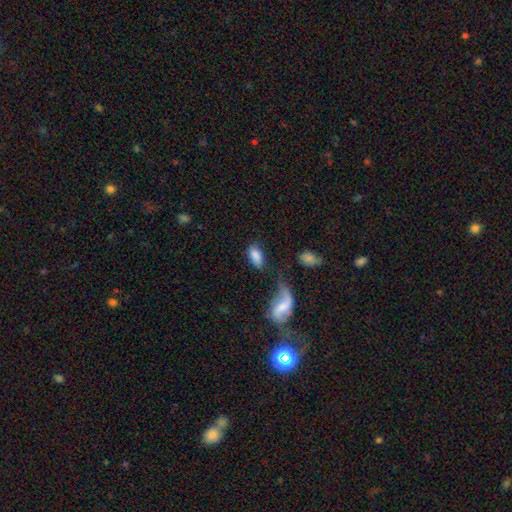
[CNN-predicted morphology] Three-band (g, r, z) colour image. It shows a smooth galaxy with no disk features (79%) that is in between round and cigar-shaped (92%). Merging: none (55%).